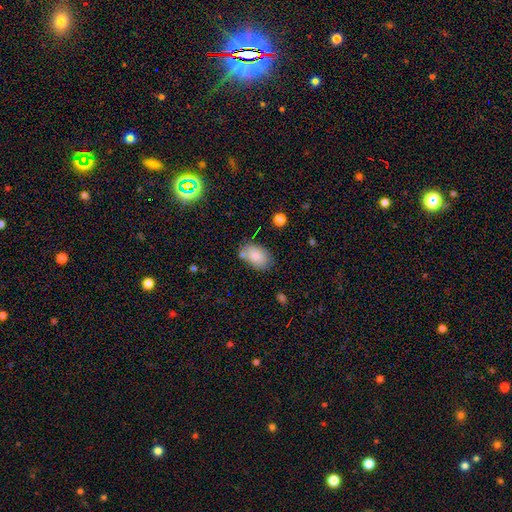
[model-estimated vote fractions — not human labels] Q: Smooth or featured?
A: smooth (85%); runner-up: star or artifact (8%)
Q: How rounded?
A: in between (90%); runner-up: round (8%)
Q: Merging?
A: none (67%); runner-up: minor disturbance (18%)